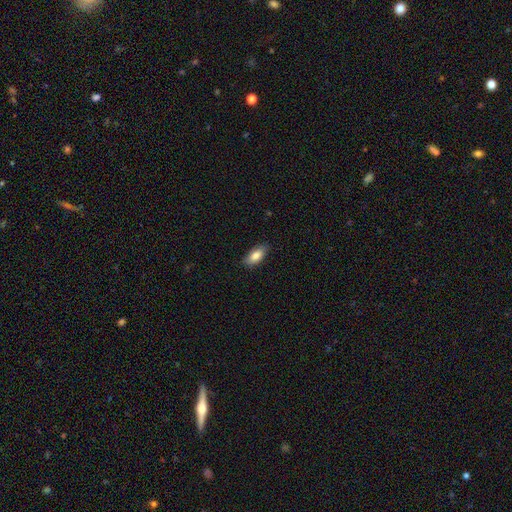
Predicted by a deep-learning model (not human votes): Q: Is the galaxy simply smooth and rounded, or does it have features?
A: smooth — 83%.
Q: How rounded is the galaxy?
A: in between — 86%.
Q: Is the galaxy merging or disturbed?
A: none — 84%.